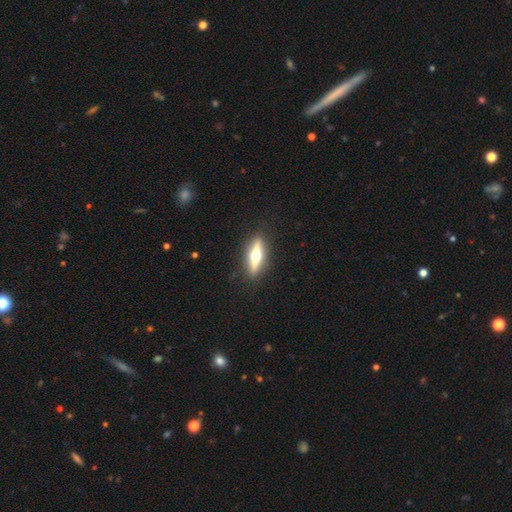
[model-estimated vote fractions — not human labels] This appears to be a featured or disk galaxy (64%) viewed edge-on (94%) with a rounded central bulge (96%). Merging: none (89%).